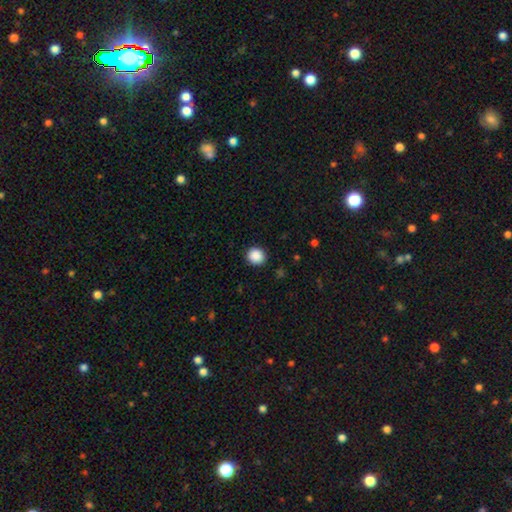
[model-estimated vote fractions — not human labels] Smooth or featured? Predicted: smooth (p=0.89). How rounded? Predicted: round (p=0.84). Merging? Predicted: none (p=0.90).